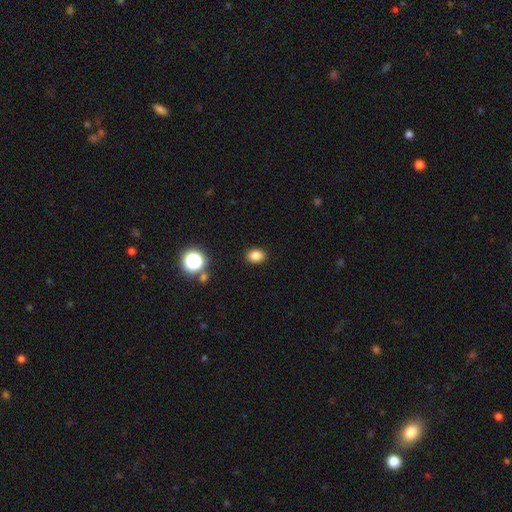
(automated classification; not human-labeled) smooth-or-featured: smooth: 83% | star or artifact: 13% | featured or disk: 5%
  how-rounded: in between: 65% | round: 33% | cigar-shaped: 1%
  merging: none: 89% | minor disturbance: 7% | major disturbance: 2% | merger: 1%